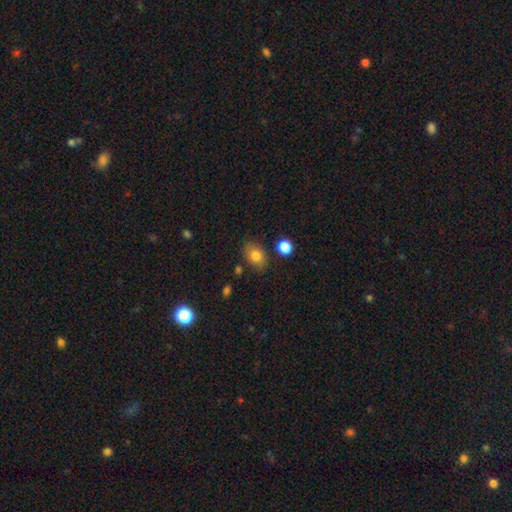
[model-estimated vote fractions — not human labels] Overall: smooth (81%). How rounded: in between (75%). Merging: none (78%).